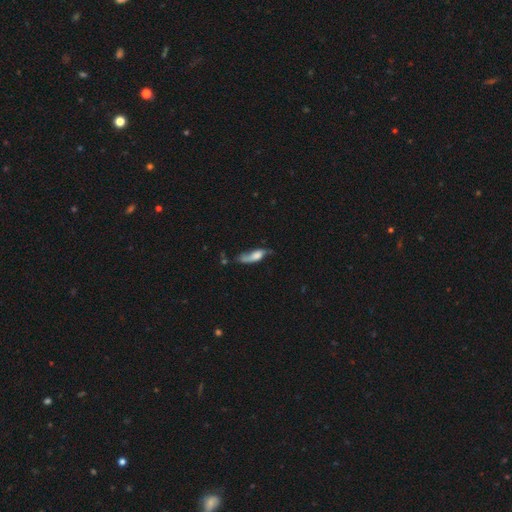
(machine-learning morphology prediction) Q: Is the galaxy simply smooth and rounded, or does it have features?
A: smooth — 49%.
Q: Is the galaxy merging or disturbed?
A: none — 37%.